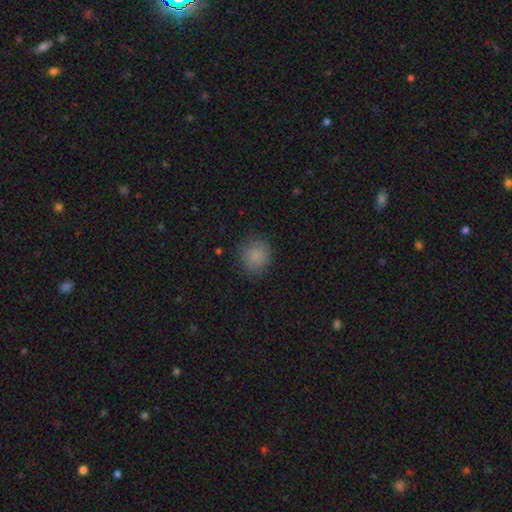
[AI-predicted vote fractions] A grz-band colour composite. It shows a smooth galaxy with no disk features (85%) that is round (86%). Merging: none (82%).